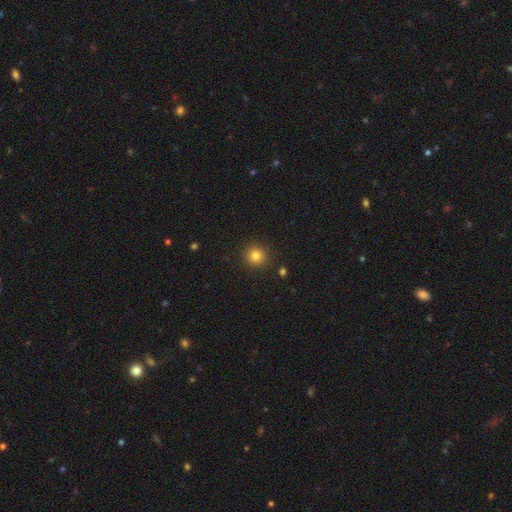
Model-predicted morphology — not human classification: Q: Smooth or featured?
A: smooth (82%); runner-up: star or artifact (12%)
Q: How rounded?
A: round (93%); runner-up: in between (6%)
Q: Merging?
A: none (91%); runner-up: minor disturbance (6%)